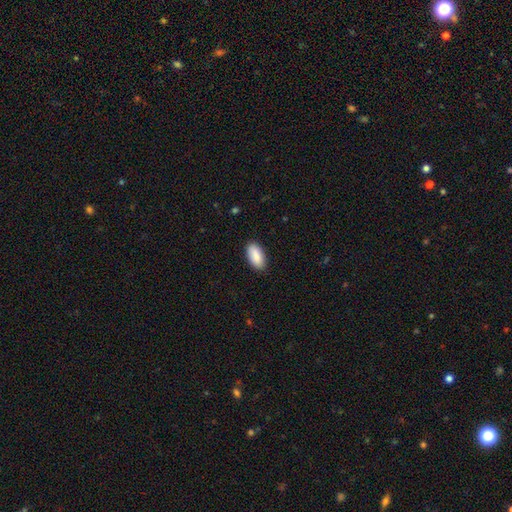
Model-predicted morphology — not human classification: smooth-or-featured: smooth: 89% | star or artifact: 6% | featured or disk: 5%
  how-rounded: in between: 92% | cigar-shaped: 6% | round: 2%
  merging: none: 88% | minor disturbance: 9% | major disturbance: 2% | merger: 1%